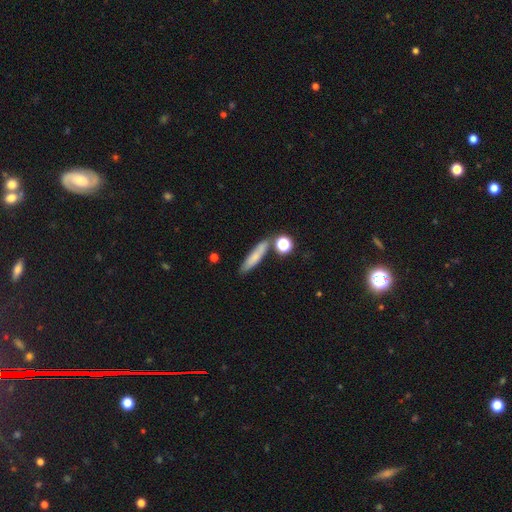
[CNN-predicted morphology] A smooth galaxy with no disk features (72%) that is cigar-shaped (80%). Merging: none (74%).